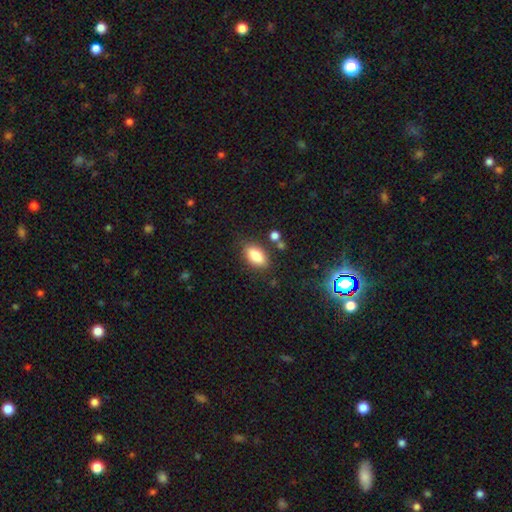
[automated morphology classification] A smooth galaxy with no disk features (84%) that is in between round and cigar-shaped (89%). Merging: none (78%).